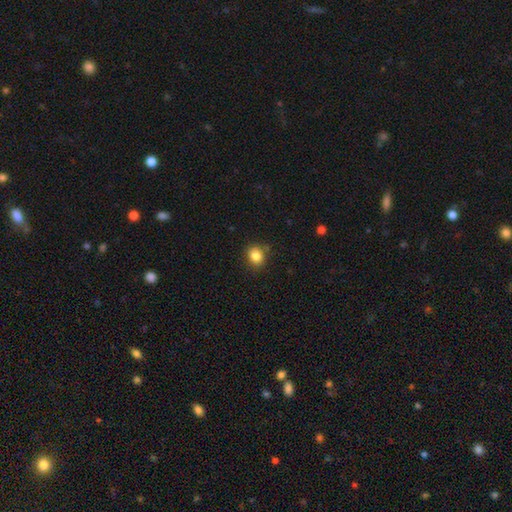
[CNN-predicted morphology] smooth_or_featured: smooth (p=0.85) [alt: star or artifact p=0.10]
how_rounded: round (p=0.65) [alt: in between p=0.34]
merging: none (p=0.82) [alt: minor disturbance p=0.12]